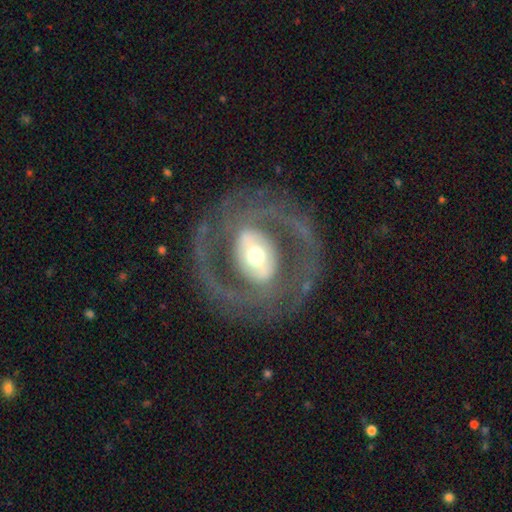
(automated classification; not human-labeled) A featured or disk galaxy (83%) with a strong bar (41%), 2 (81%) medium (47%) spiral arms (74%) and a moderate central bulge (59%).

Vote fractions:
- Smooth or featured? featured or disk: 83% / smooth: 12% / star or artifact: 5%
- Edge-on disk? no: 95% / yes: 5%
- Bar? strong: 41% / weak: 30% / no: 29%
- Spiral arms? yes: 74% / no: 26%
- Spiral winding? medium: 47% / tight: 30% / loose: 23%
- Spiral arm count? 2: 81% / can't tell: 9% / 1: 3% / 3: 3% / 4: 2% / more than 4: 2%
- Bulge size? moderate: 59% / large: 20% / small: 17% / dominant: 3% / none: 1%
- Merging? none: 75% / major disturbance: 13% / minor disturbance: 10% / merger: 1%